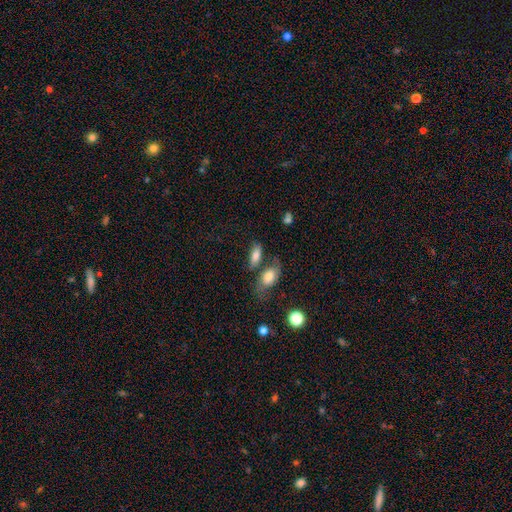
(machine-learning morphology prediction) Overall: smooth (75%). How rounded: in between (83%). Merging: none (54%; merger 25%).